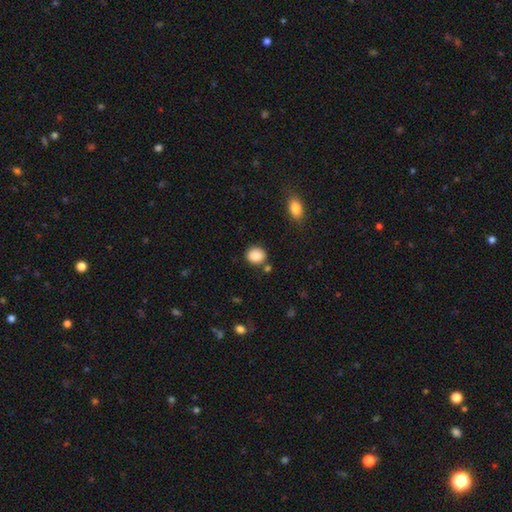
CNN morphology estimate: This appears to be a smooth galaxy with no disk features (88%) that is round (68%). Merging: none (80%).